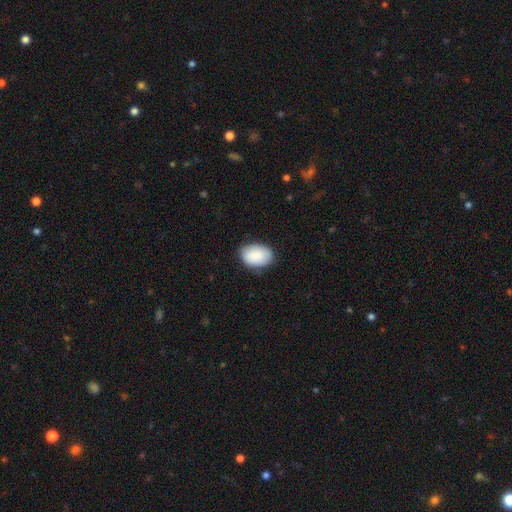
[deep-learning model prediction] Overall: smooth (89%). How rounded: in between (85%). Merging: none (78%).